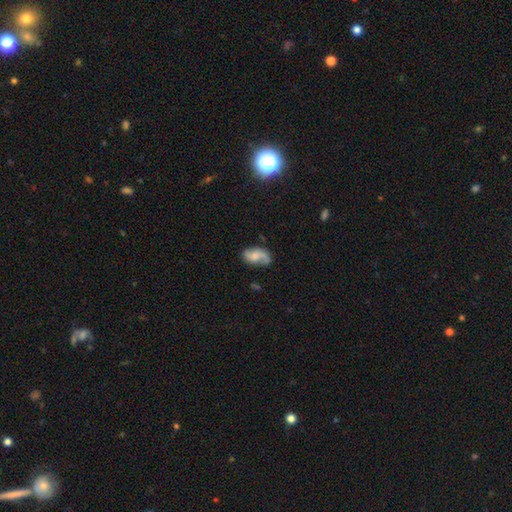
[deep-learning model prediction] Smooth or featured? featured or disk (59%)
Edge-on disk? no (96%)
Bar? no (60%)
Spiral arms? yes (90%)
Spiral winding? loose (54%)
Spiral arm count? 2 (70%)
Bulge size? none (31%)
Merging? none (60%)